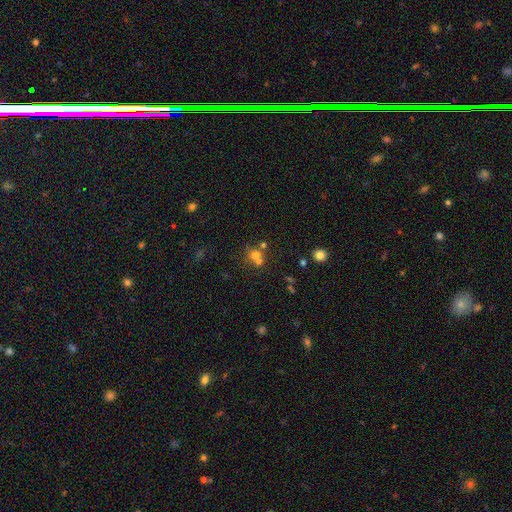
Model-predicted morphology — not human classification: type=smooth (62%); roundness=round (83%); merging=merger (47%).